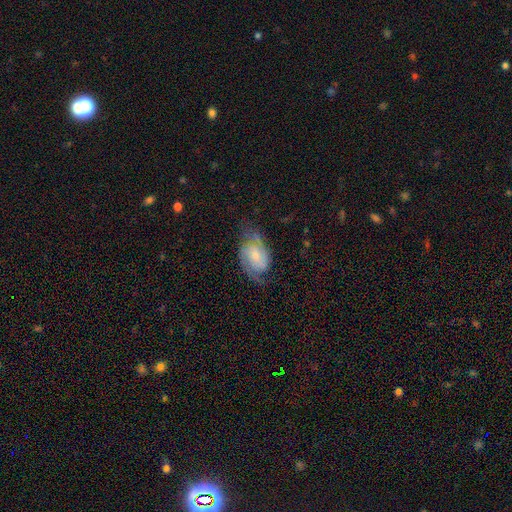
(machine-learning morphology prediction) Smooth or featured?
  - featured or disk: 79% *
  - smooth: 15%
  - star or artifact: 6%
Edge-on disk?
  - no: 97% *
  - yes: 3%
Bar?
  - no: 53% *
  - weak: 38%
  - strong: 9%
Spiral arms?
  - yes: 95% *
  - no: 5%
Spiral winding?
  - medium: 47% *
  - tight: 31%
  - loose: 21%
Spiral arm count?
  - 2: 86% *
  - can't tell: 7%
  - 3: 3%
  - 1: 2%
  - 4: 1%
  - more than 4: 1%
Bulge size?
  - small: 54% *
  - moderate: 35%
  - none: 5%
  - large: 4%
  - dominant: 1%
Merging?
  - none: 68% *
  - minor disturbance: 20%
  - major disturbance: 11%
  - merger: 1%